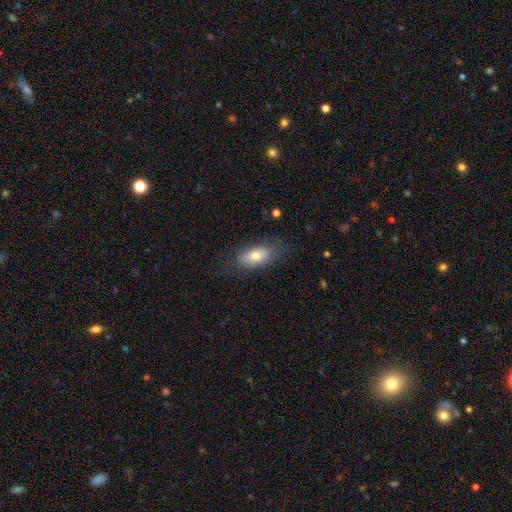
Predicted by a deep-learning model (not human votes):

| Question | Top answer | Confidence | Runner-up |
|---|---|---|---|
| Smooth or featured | smooth | 74% | featured or disk (18%) |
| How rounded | in between | 85% | cigar-shaped (10%) |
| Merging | none | 75% | minor disturbance (17%) |